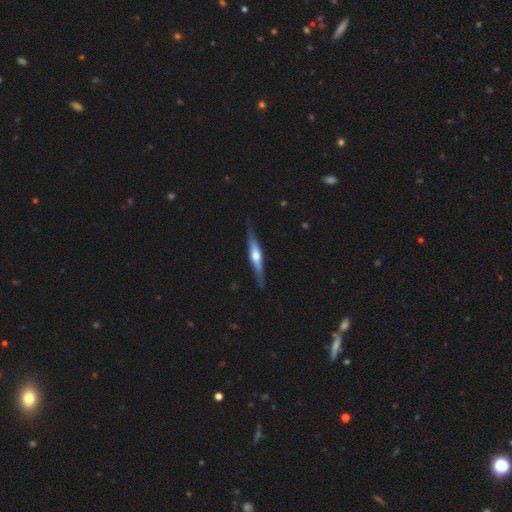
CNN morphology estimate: A featured or disk galaxy (68%) viewed edge-on (96%) with a rounded central bulge (88%). Merging: none (84%).